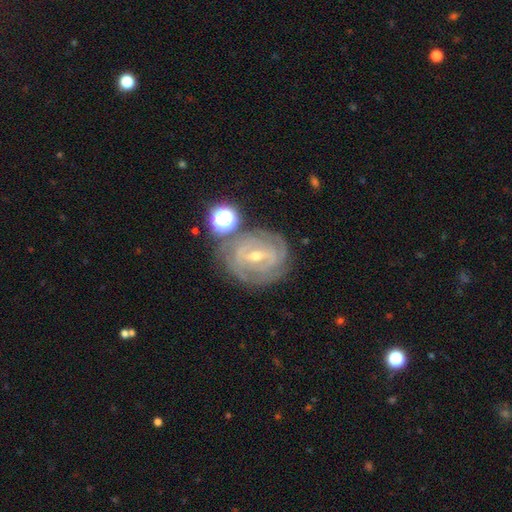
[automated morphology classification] type=featured or disk (85%); edge-on=no (96%); bar=weak (46%); spiral arms=yes (93%); winding=tight (74%); arm count=can't tell (33%); bulge=small (53%); merging=none (73%).